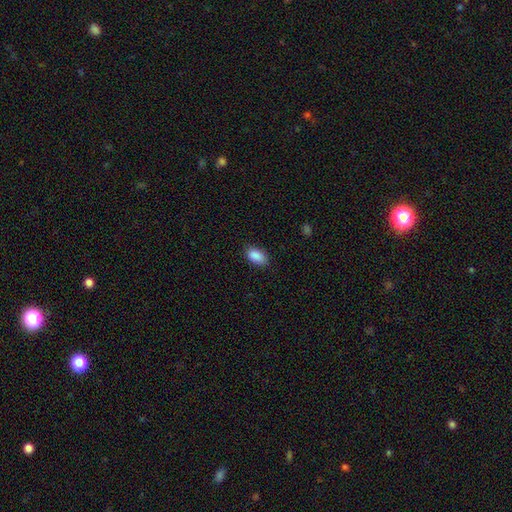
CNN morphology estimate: type=smooth (90%); roundness=in between (93%); merging=none (85%).